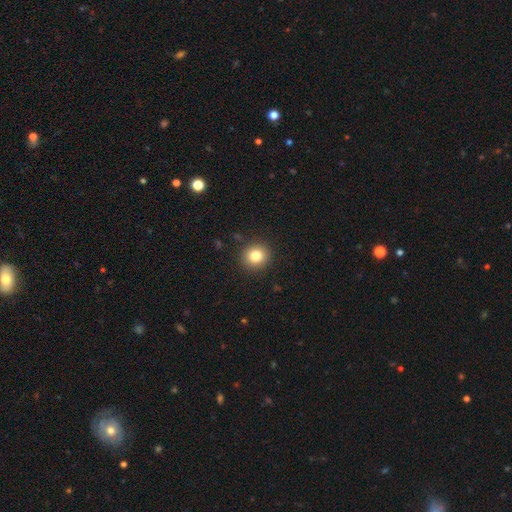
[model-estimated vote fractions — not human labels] Q: Smooth or featured?
A: smooth (82%); runner-up: star or artifact (11%)
Q: How rounded?
A: round (87%); runner-up: in between (12%)
Q: Merging?
A: none (90%); runner-up: minor disturbance (6%)